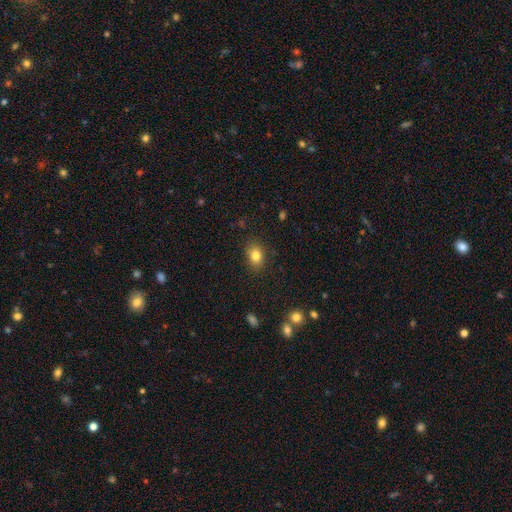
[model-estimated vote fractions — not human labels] Morphology: type=smooth (82%); roundness=in between (65%); merging=none (85%).